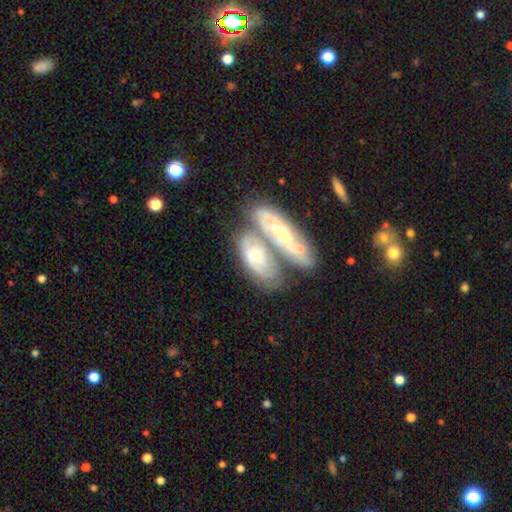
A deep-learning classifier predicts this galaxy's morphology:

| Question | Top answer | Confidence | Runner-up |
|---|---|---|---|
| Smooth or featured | featured or disk | 64% | smooth (29%) |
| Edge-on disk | no | 85% | yes (15%) |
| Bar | no | 67% | weak (25%) |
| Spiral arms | yes | 72% | no (28%) |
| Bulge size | moderate | 52% | small (37%) |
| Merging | merger | 54% | none (27%) |